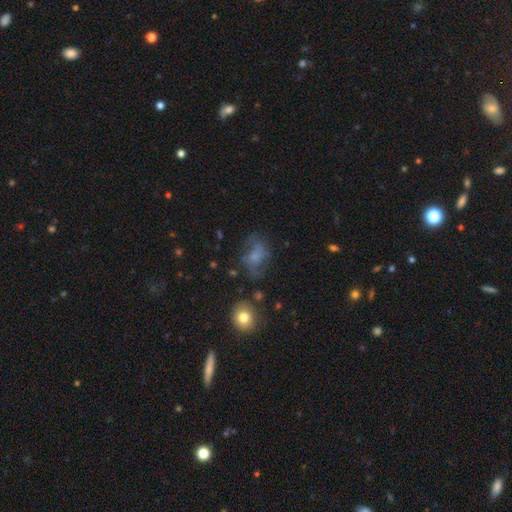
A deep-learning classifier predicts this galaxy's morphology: Smooth or featured? Predicted: smooth (p=0.49). Merging? Predicted: none (p=0.46).